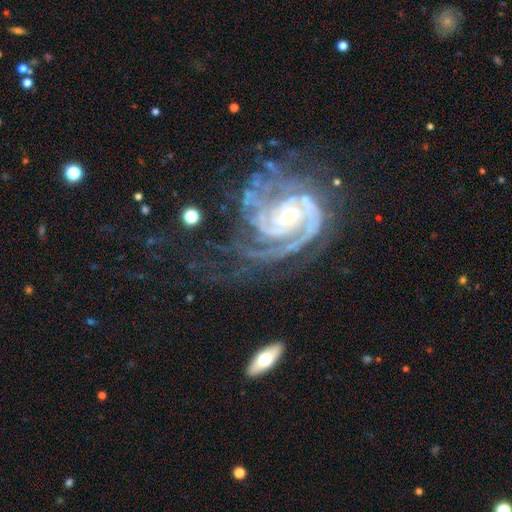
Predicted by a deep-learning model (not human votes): A featured or disk galaxy (91%) with no bar (46%), 2 (55%) tight (58%) spiral arms (98%) and a small central bulge (54%).

Vote fractions:
- Smooth or featured? featured or disk: 91% / star or artifact: 6% / smooth: 3%
- Edge-on disk? no: 97% / yes: 3%
- Bar? no: 46% / weak: 36% / strong: 18%
- Spiral arms? yes: 98% / no: 2%
- Spiral winding? tight: 58% / medium: 35% / loose: 7%
- Spiral arm count? 2: 55% / 3: 17% / can't tell: 12% / 1: 6% / 4: 6% / more than 4: 5%
- Bulge size? small: 54% / moderate: 38% / large: 4% / none: 3% / dominant: 1%
- Merging? none: 51% / major disturbance: 24% / minor disturbance: 21% / merger: 4%